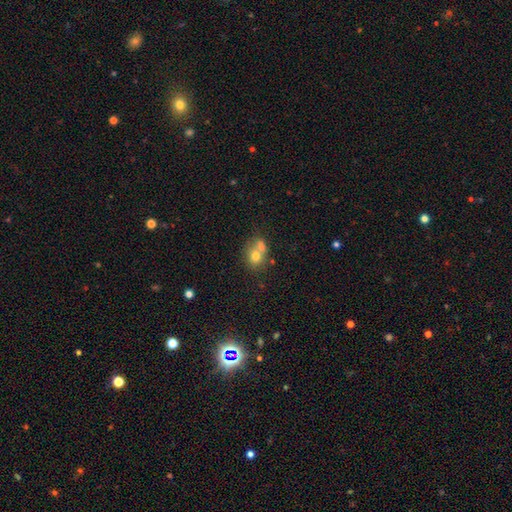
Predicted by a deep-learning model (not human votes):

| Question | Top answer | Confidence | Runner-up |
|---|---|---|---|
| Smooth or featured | smooth | 70% | featured or disk (19%) |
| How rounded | round | 64% | in between (35%) |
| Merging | merger | 54% | none (33%) |